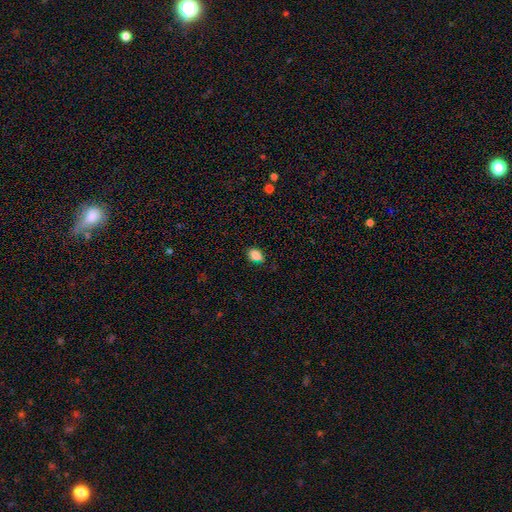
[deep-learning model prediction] Smooth or featured: smooth — 83% (star or artifact — 12%)
How rounded: in between — 80% (round — 18%)
Merging: none — 68% (minor disturbance — 24%)